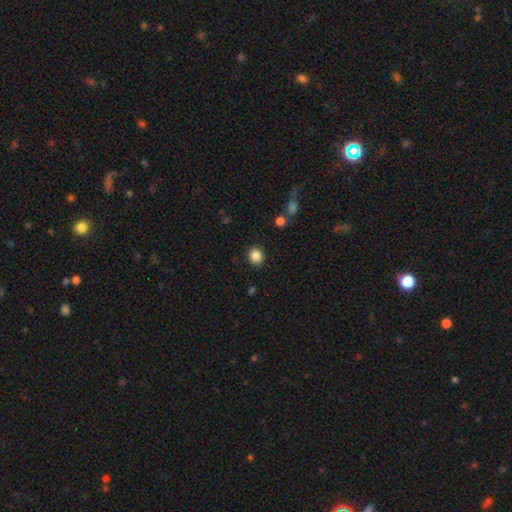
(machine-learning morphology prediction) A smooth galaxy with no disk features (86%) that is round (83%).

Vote fractions:
- Smooth or featured? smooth: 86% / star or artifact: 10% / featured or disk: 3%
- How rounded? round: 83% / in between: 16% / cigar-shaped: 1%
- Merging? none: 90% / minor disturbance: 6% / major disturbance: 2% / merger: 2%